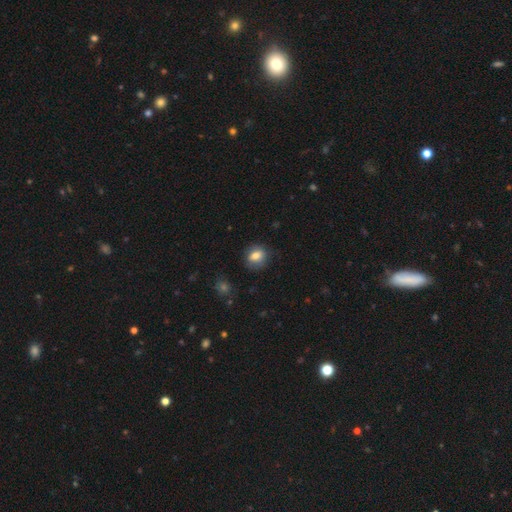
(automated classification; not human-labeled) Smooth or featured?
  - smooth: 78% *
  - featured or disk: 12%
  - star or artifact: 9%
How rounded?
  - round: 57% *
  - in between: 42%
  - cigar-shaped: 1%
Merging?
  - none: 81% *
  - minor disturbance: 14%
  - major disturbance: 4%
  - merger: 1%